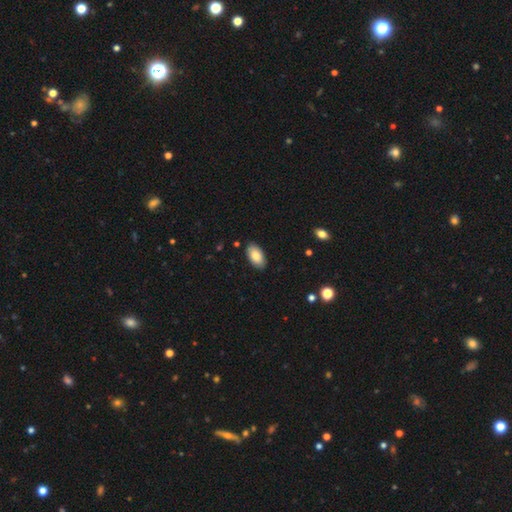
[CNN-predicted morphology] A smooth galaxy with no disk features (85%) that is in between round and cigar-shaped (95%).

Vote fractions:
- Smooth or featured? smooth: 85% / featured or disk: 9% / star or artifact: 6%
- How rounded? in between: 95% / round: 3% / cigar-shaped: 2%
- Merging? none: 88% / minor disturbance: 9% / major disturbance: 2% / merger: 1%